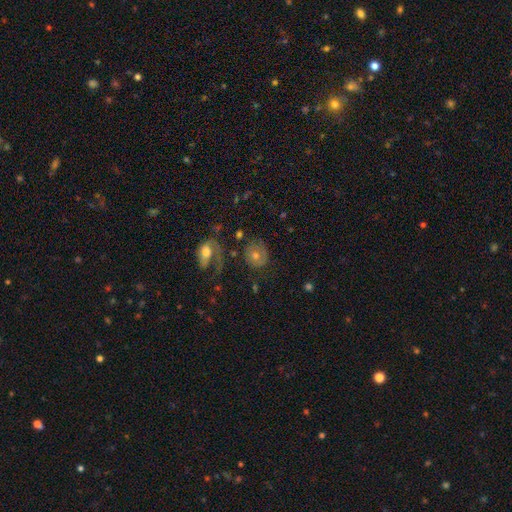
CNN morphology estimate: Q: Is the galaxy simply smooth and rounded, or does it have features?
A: featured or disk — 49%.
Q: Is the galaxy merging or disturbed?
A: none — 56%.